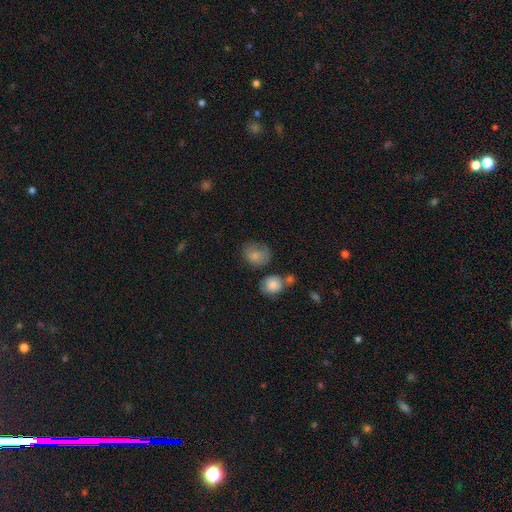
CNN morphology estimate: This is clearly a smooth galaxy (80%). How rounded: possibly round (57%). Merging: possibly none (52%).